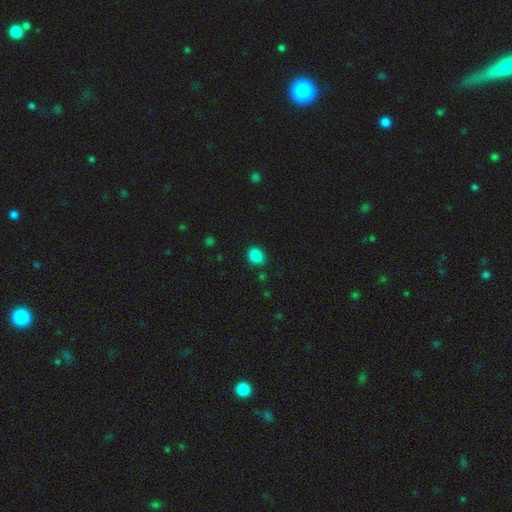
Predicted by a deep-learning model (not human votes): Morphology: type=smooth (87%); roundness=in between (56%); merging=none (83%).